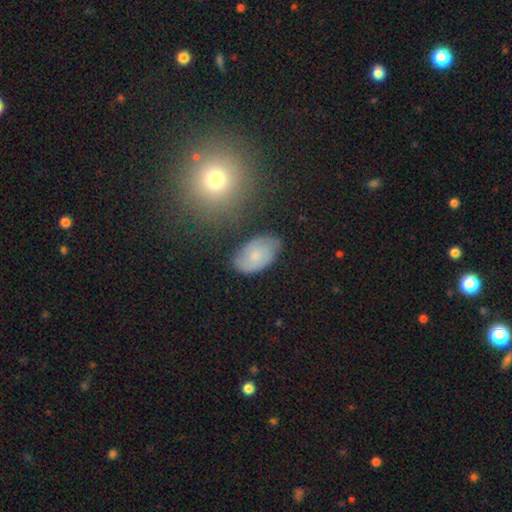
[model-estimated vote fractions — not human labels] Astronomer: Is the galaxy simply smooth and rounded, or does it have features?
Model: smooth — 52% (runner-up: featured or disk, 40%).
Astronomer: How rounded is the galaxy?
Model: in between — 91%.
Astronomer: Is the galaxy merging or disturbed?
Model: none — 71%.